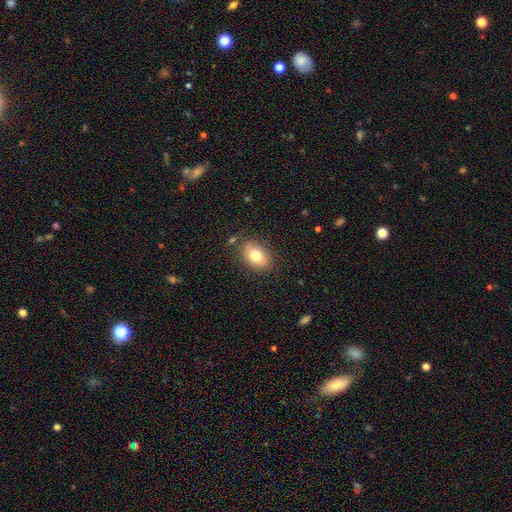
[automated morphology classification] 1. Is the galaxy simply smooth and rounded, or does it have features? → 77% smooth, 14% featured or disk, 9% star or artifact.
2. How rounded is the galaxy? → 78% in between, 20% round, 1% cigar-shaped.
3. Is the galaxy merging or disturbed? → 79% none, 14% minor disturbance, 4% major disturbance, 3% merger.